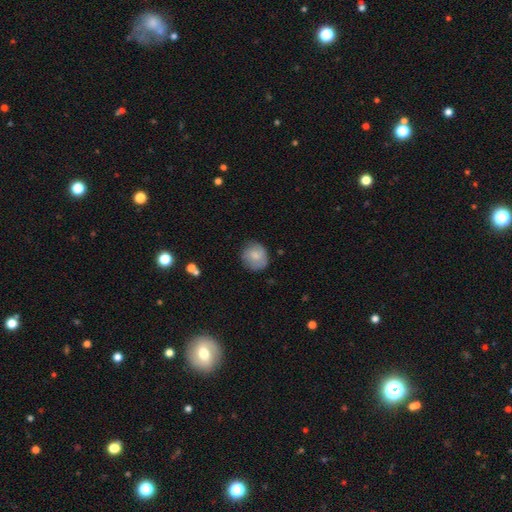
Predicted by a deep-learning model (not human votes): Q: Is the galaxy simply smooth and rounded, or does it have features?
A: smooth — 77%.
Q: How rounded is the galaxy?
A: round — 82%.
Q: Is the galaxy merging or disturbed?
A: none — 73%.